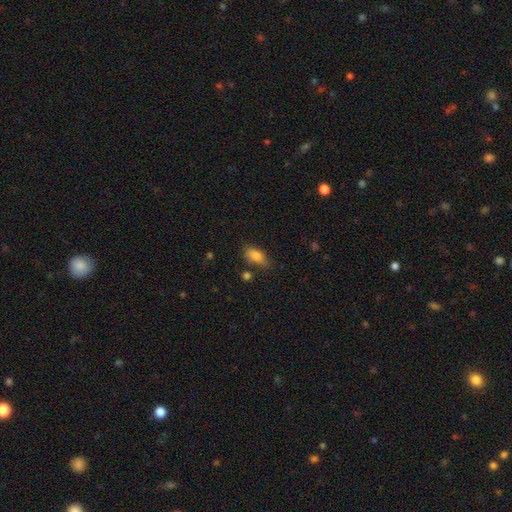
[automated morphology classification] Smooth or featured? smooth (84%)
How rounded? in between (88%)
Merging? none (65%)